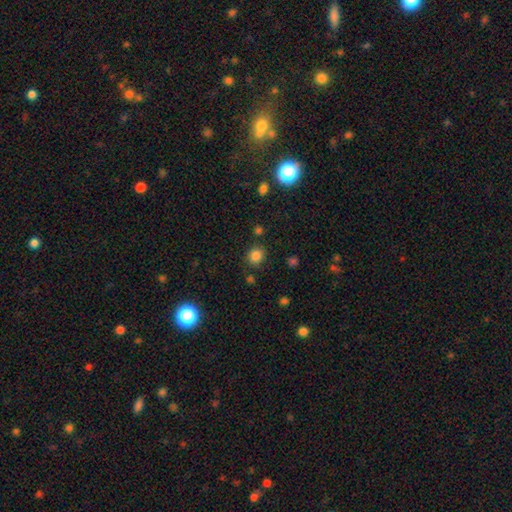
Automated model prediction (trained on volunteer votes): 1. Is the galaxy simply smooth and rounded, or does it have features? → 83% smooth, 13% star or artifact, 4% featured or disk.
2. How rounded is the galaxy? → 82% round, 17% in between, 1% cigar-shaped.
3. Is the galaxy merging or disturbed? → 84% none, 9% minor disturbance, 4% merger, 3% major disturbance.